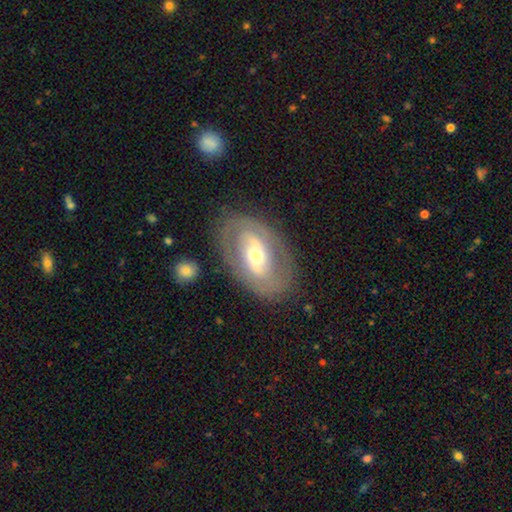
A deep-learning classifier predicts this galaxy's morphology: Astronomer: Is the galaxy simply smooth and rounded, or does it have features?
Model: featured or disk — 67%.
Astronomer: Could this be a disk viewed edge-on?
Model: no — 92%.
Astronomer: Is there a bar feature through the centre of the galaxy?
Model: no — 42% (runner-up: weak, 32%).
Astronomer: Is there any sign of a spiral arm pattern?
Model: no — 59% (runner-up: yes, 41%).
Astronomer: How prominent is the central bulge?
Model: moderate — 58%.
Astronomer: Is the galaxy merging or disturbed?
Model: none — 80%.